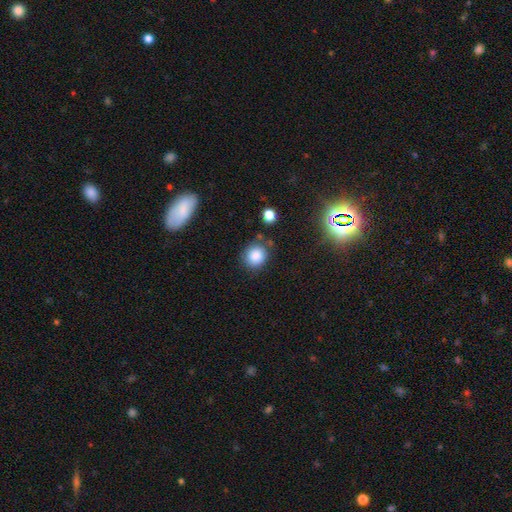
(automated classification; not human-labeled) Smooth or featured?
  - smooth: 86% *
  - star or artifact: 10%
  - featured or disk: 5%
How rounded?
  - round: 81% *
  - in between: 18%
  - cigar-shaped: 1%
Merging?
  - none: 76% *
  - minor disturbance: 14%
  - merger: 6%
  - major disturbance: 4%